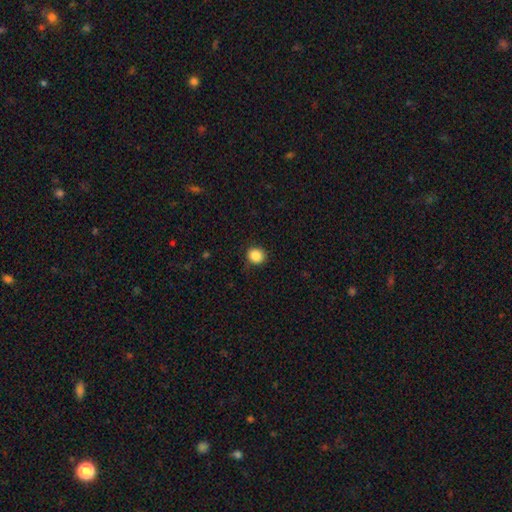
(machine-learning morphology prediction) Overall: smooth (87%). How rounded: round (81%). Merging: none (87%).